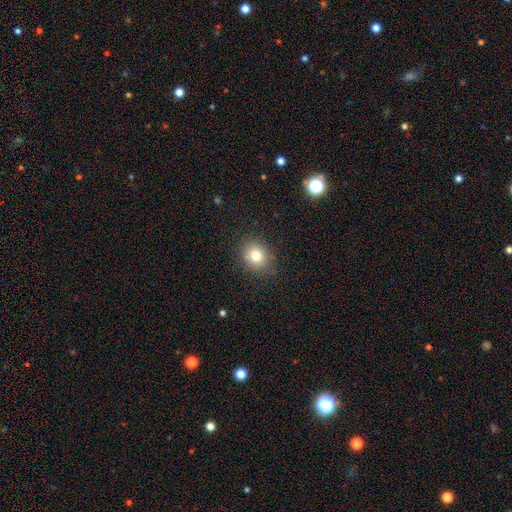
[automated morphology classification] This is likely a smooth galaxy (78%). How rounded: likely round (74%). Merging: clearly none (86%).